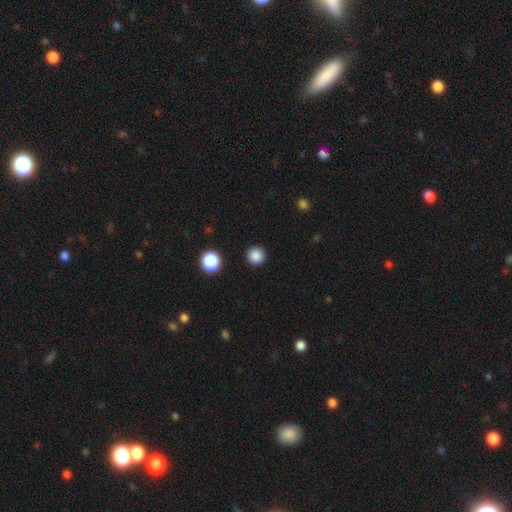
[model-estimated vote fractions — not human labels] Smooth or featured? Predicted: smooth (p=0.86). How rounded? Predicted: round (p=0.95). Merging? Predicted: none (p=0.92).